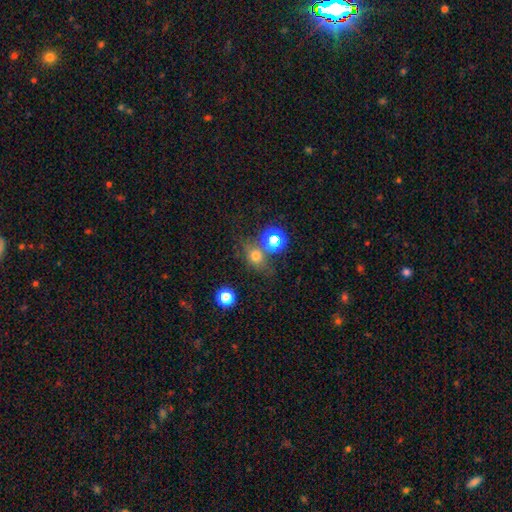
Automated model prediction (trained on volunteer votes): Q: Smooth or featured?
A: smooth (66%); runner-up: star or artifact (23%)
Q: How rounded?
A: round (66%); runner-up: in between (32%)
Q: Merging?
A: none (60%); runner-up: merger (19%)